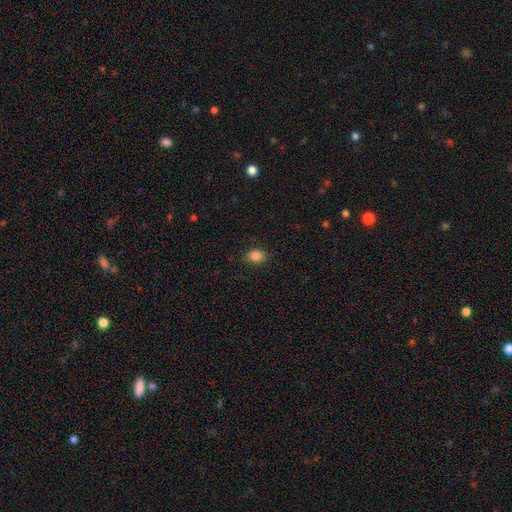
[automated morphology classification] smooth 85%, star or artifact 11%, featured or disk 4%. Down the decision tree: how rounded — in between (51%); merging — none (85%).